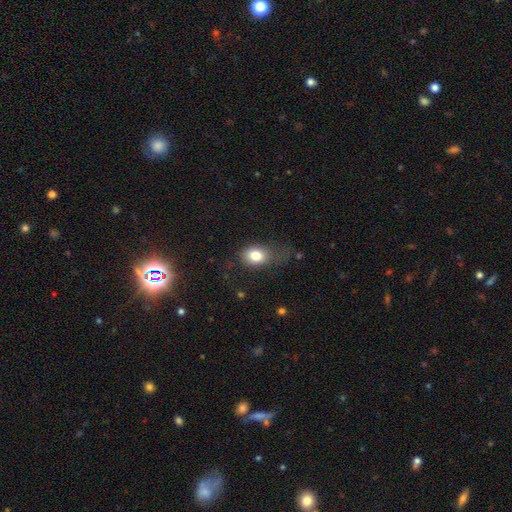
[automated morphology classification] A smooth galaxy with no disk features (79%) that is in between round and cigar-shaped (65%). Merging: none (53%).